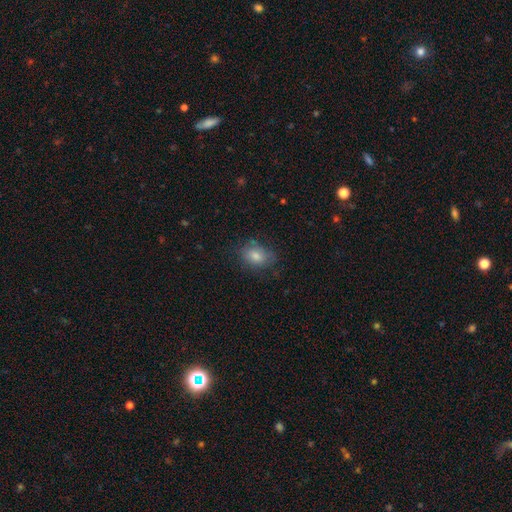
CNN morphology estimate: A smooth galaxy with no disk features (72%) that is in between round and cigar-shaped (69%). Merging: none (71%).